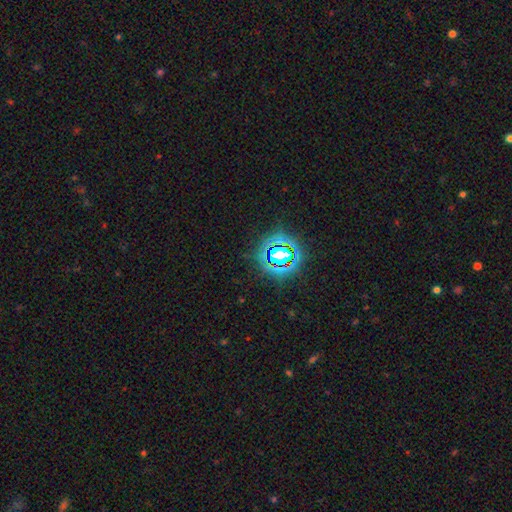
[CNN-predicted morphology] This is likely a star or artifact rather than a galaxy (78%).